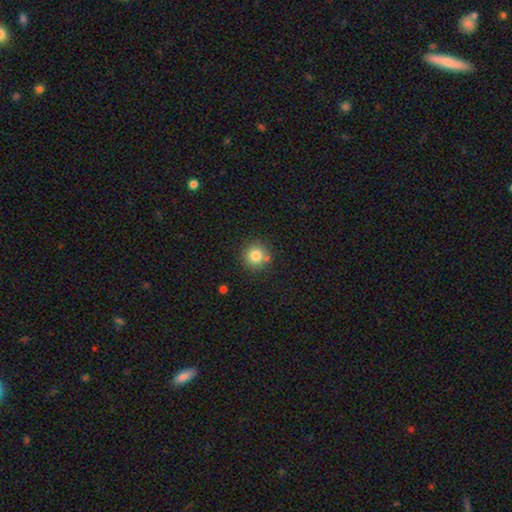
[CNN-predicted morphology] This is clearly a smooth galaxy (82%). How rounded: clearly round (94%). Merging: clearly none (81%).